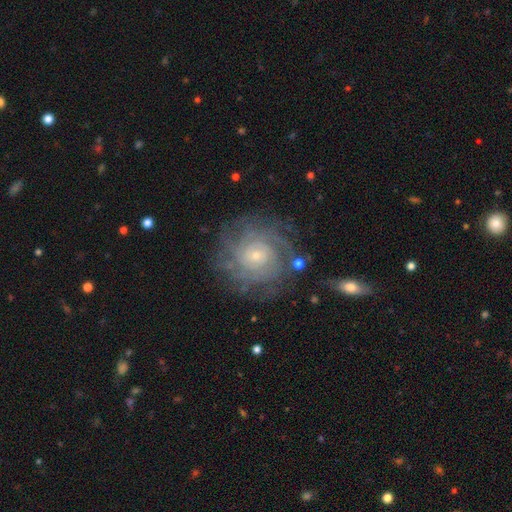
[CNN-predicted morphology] Smooth or featured? featured or disk (82%)
Edge-on disk? no (97%)
Bar? no (74%)
Spiral arms? yes (94%)
Spiral winding? tight (75%)
Spiral arm count? can't tell (39%)
Bulge size? small (75%)
Merging? none (76%)